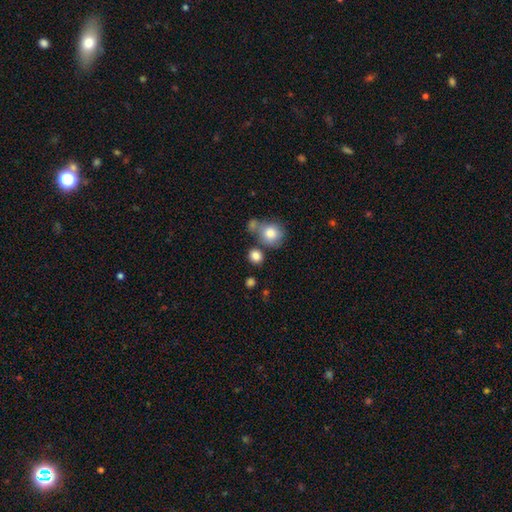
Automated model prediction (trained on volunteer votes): Overall: smooth (83%). How rounded: round (78%). Merging: none (65%).